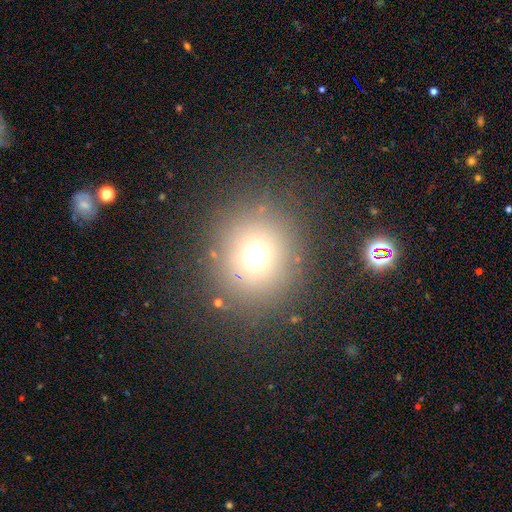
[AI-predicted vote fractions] A smooth galaxy with no disk features (68%) that is round (87%). Merging: none (83%).